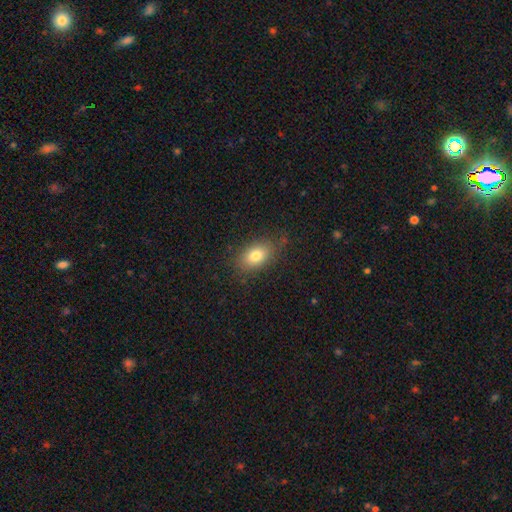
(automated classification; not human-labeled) The model was most divided on "merging": none: 79%, minor disturbance: 15%, major disturbance: 4%, merger: 1%. More confident: how rounded — in between (85%); smooth or featured — smooth (79%).